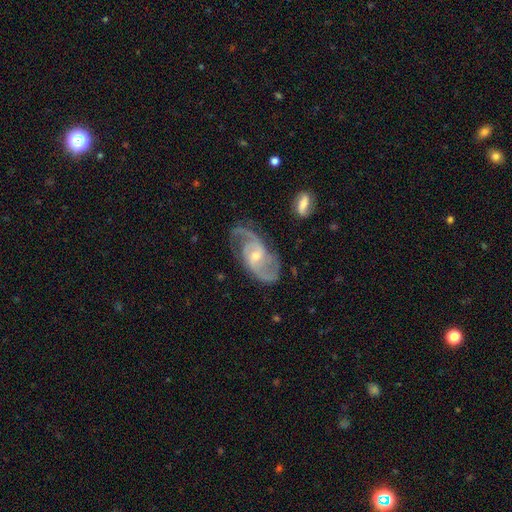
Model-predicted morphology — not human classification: Smooth or featured? featured or disk (90%)
Edge-on disk? no (97%)
Bar? weak (46%)
Spiral arms? yes (97%)
Spiral winding? medium (54%)
Spiral arm count? 2 (79%)
Bulge size? small (51%)
Merging? none (71%)